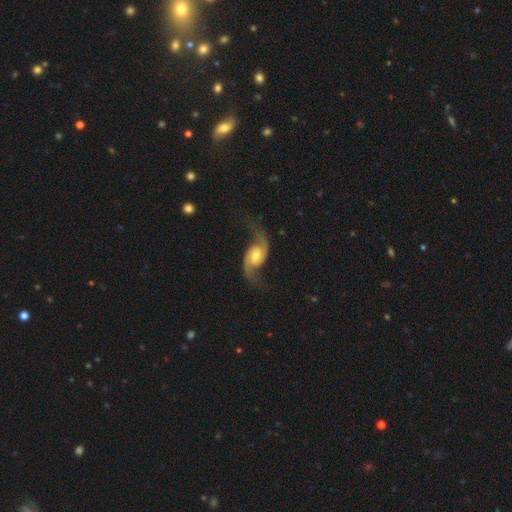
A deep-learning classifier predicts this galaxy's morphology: smooth_or_featured: featured or disk (p=0.90) [alt: smooth p=0.06]
disk_edge_on: no (p=0.97) [alt: yes p=0.03]
bar: no (p=0.54) [alt: weak p=0.35]
has_spiral_arms: yes (p=0.97) [alt: no p=0.03]
spiral_winding: loose (p=0.74) [alt: medium p=0.21]
spiral_arm_count: 2 (p=0.94) [alt: can't tell p=0.01]
bulge_size: moderate (p=0.68) [alt: small p=0.17]
merging: none (p=0.73) [alt: minor disturbance p=0.14]